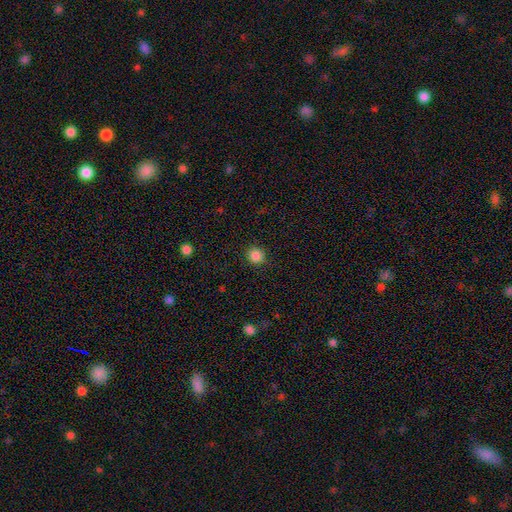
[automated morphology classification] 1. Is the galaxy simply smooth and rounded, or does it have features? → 86% smooth, 10% star or artifact, 3% featured or disk.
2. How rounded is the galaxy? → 93% round, 6% in between, 1% cigar-shaped.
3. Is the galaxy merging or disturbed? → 91% none, 5% minor disturbance, 2% major disturbance, 1% merger.